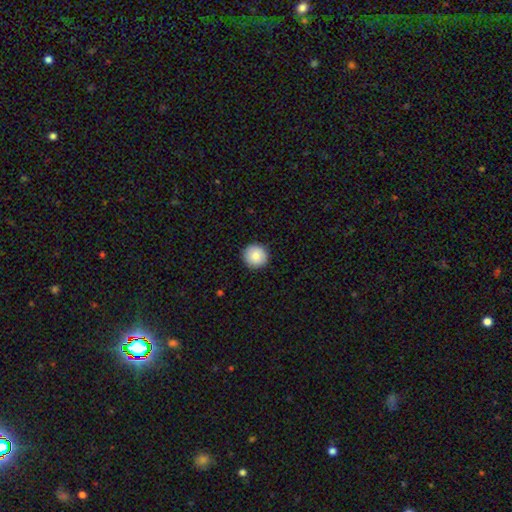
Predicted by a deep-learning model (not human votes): Smooth or featured?
  - smooth: 85% *
  - star or artifact: 8%
  - featured or disk: 7%
How rounded?
  - round: 95% *
  - in between: 4%
  - cigar-shaped: 1%
Merging?
  - none: 92% *
  - minor disturbance: 6%
  - major disturbance: 2%
  - merger: 1%